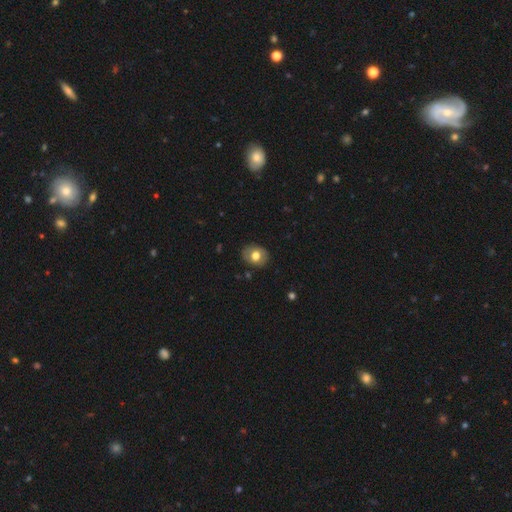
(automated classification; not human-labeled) Morphology: type=smooth (71%); roundness=round (51%); merging=none (85%).